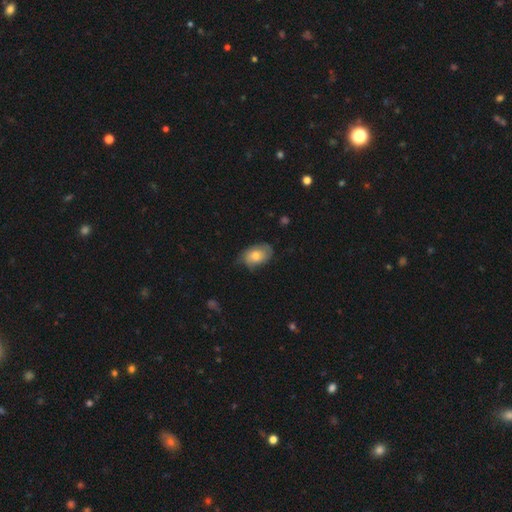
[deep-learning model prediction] Smooth or featured? Predicted: smooth (p=0.68). How rounded? Predicted: in between (p=0.87). Merging? Predicted: none (p=0.63).